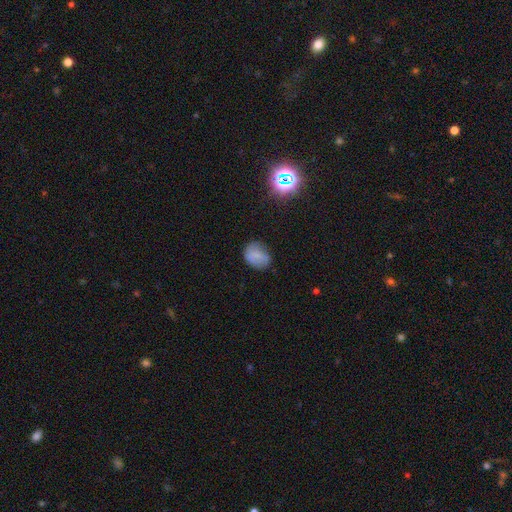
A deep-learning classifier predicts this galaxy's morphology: This appears to be a smooth galaxy with no disk features (73%) that is in between round and cigar-shaped (61%). Merging: none (67%).